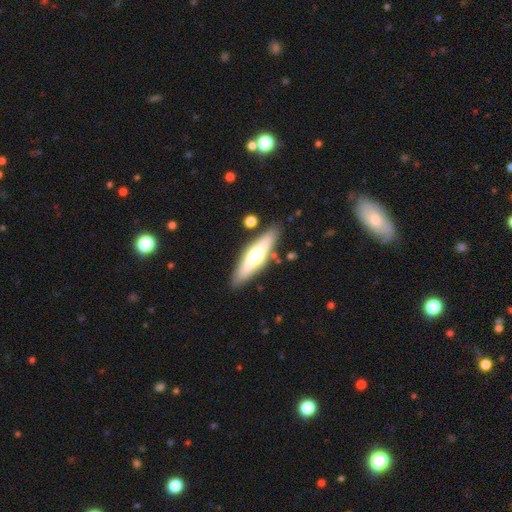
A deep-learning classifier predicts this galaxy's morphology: This appears to be a smooth galaxy with no disk features (50%). Merging: none (84%).